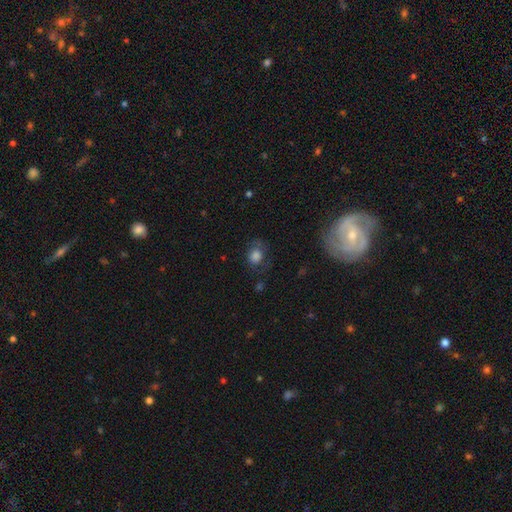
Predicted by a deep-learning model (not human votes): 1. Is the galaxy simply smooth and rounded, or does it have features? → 76% smooth, 12% featured or disk, 12% star or artifact.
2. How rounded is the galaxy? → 56% round, 43% in between, 1% cigar-shaped.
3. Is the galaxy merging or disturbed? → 58% none, 24% minor disturbance, 16% major disturbance, 2% merger.